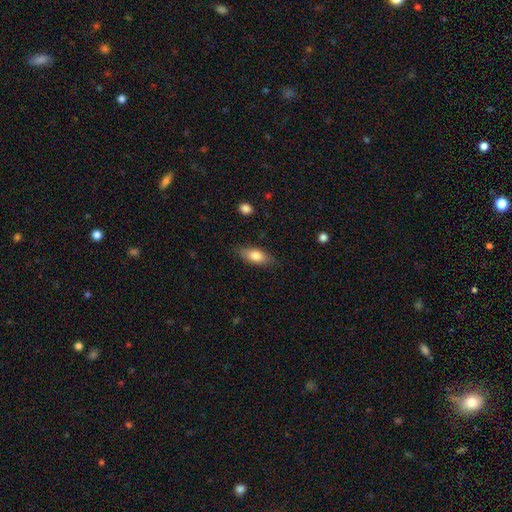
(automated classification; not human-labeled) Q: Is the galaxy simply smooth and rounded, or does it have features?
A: smooth — 78%.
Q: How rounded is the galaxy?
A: in between — 77%.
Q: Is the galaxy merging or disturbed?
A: none — 82%.